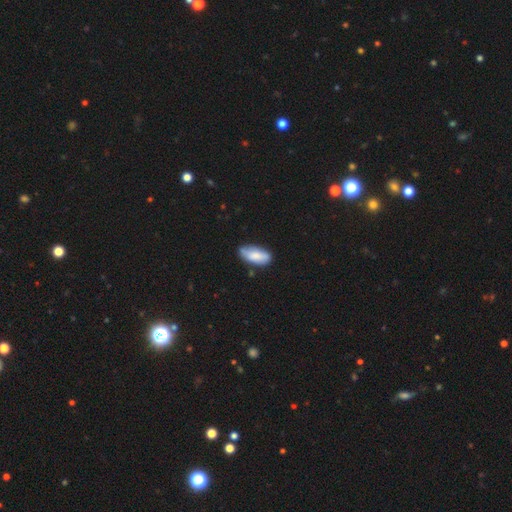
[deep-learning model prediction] Morphology: type=smooth (77%); roundness=in between (87%); merging=none (70%).